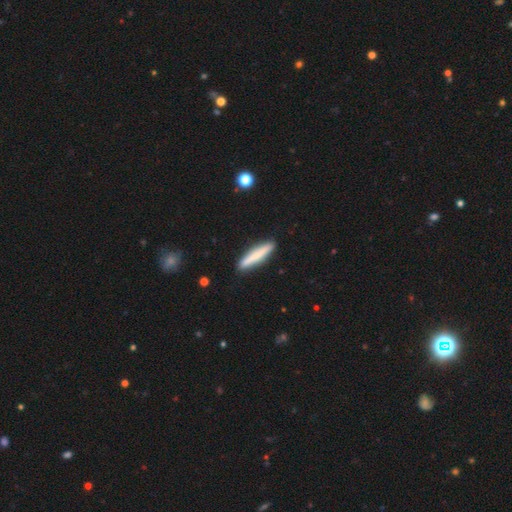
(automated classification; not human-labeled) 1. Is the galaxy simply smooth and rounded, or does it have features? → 71% smooth, 24% featured or disk, 6% star or artifact.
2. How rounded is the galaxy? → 92% cigar-shaped, 7% in between, 1% round.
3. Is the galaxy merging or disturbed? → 90% none, 7% minor disturbance, 2% major disturbance, 1% merger.